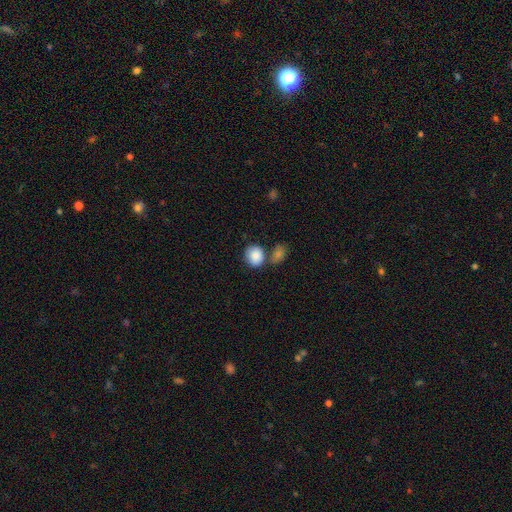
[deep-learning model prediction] smooth-or-featured: smooth: 87% | star or artifact: 7% | featured or disk: 6%
  how-rounded: round: 64% | in between: 34% | cigar-shaped: 1%
  merging: none: 52% | merger: 29% | minor disturbance: 14% | major disturbance: 5%